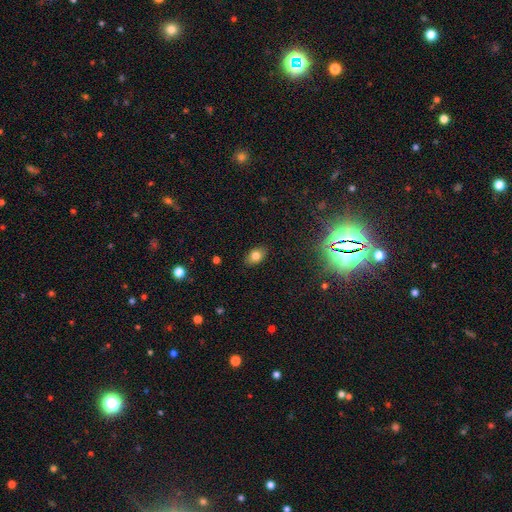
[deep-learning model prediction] Smooth or featured? smooth (78%)
How rounded? in between (82%)
Merging? none (86%)